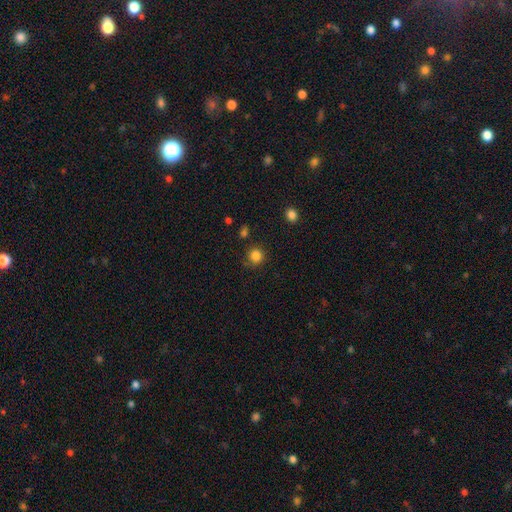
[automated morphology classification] The model was most divided on "merging": none: 78%, minor disturbance: 14%, major disturbance: 5%, merger: 3%. More confident: how rounded — round (91%); smooth or featured — smooth (84%).